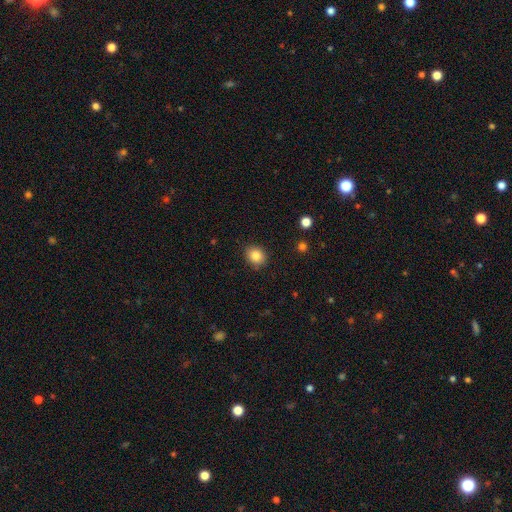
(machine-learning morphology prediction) smooth_or_featured: smooth (p=0.84) [alt: star or artifact p=0.10]
how_rounded: round (p=0.72) [alt: in between p=0.27]
merging: none (p=0.87) [alt: minor disturbance p=0.09]